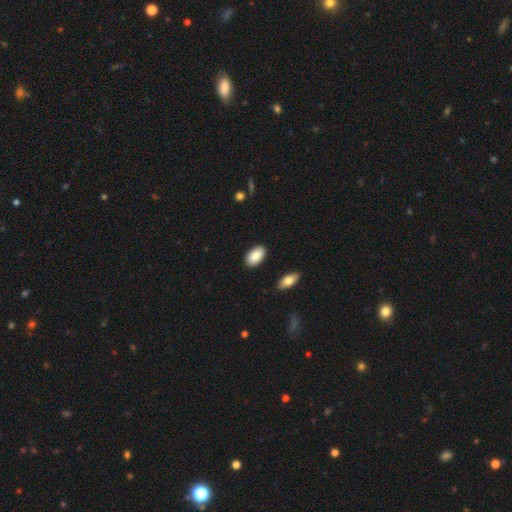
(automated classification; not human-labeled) A smooth galaxy with no disk features (87%) that is in between round and cigar-shaped (95%).

Vote fractions:
- Smooth or featured? smooth: 87% / featured or disk: 7% / star or artifact: 6%
- How rounded? in between: 95% / round: 3% / cigar-shaped: 2%
- Merging? none: 88% / minor disturbance: 8% / major disturbance: 2% / merger: 2%